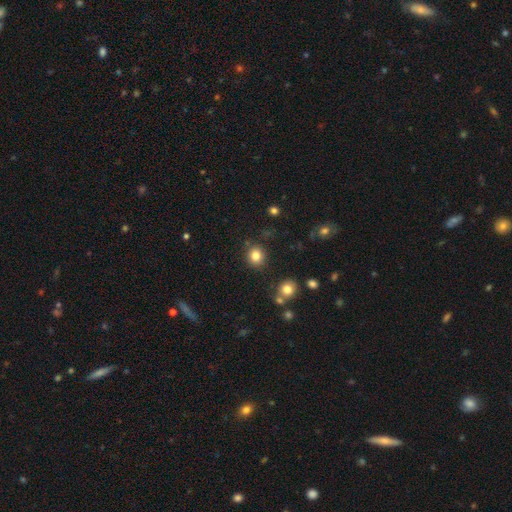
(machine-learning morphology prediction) The model was most divided on "how rounded": round: 83%, in between: 16%, cigar-shaped: 1%. More confident: merging — none (85%); smooth or featured — smooth (83%).